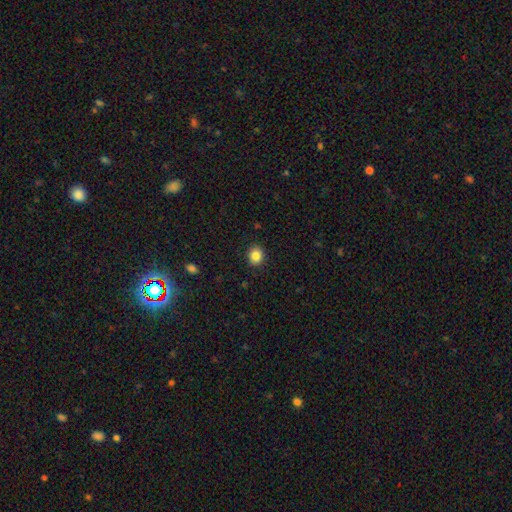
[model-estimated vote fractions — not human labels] The model was most divided on "how rounded": round: 70%, in between: 29%, cigar-shaped: 1%. More confident: merging — none (90%); smooth or featured — smooth (85%).